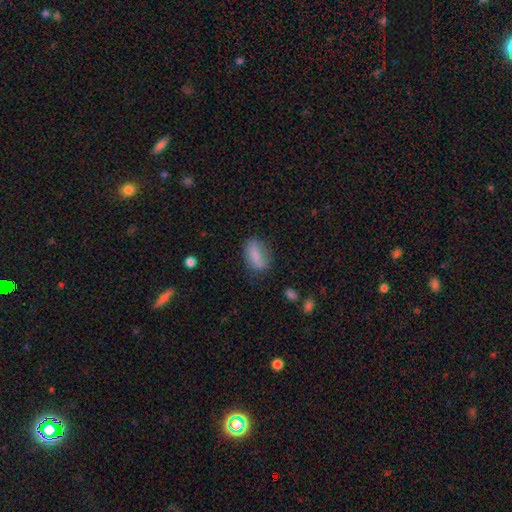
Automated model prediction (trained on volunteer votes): Smooth or featured?
  - smooth: 76% *
  - featured or disk: 16%
  - star or artifact: 8%
How rounded?
  - in between: 83% *
  - cigar-shaped: 9%
  - round: 8%
Merging?
  - none: 63% *
  - minor disturbance: 26%
  - major disturbance: 9%
  - merger: 3%